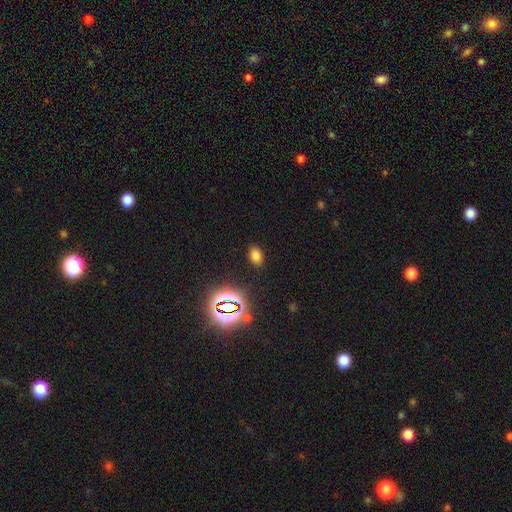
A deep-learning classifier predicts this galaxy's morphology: This is likely a smooth galaxy (72%). How rounded: clearly in between (85%). Merging: clearly none (86%).